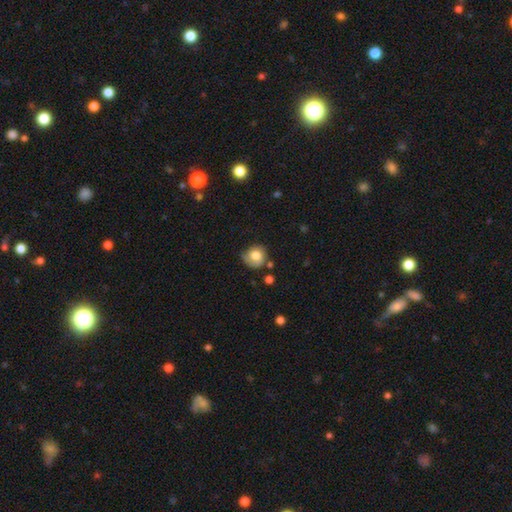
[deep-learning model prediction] smooth-or-featured: smooth: 69% | featured or disk: 23% | star or artifact: 8%
  how-rounded: round: 81% | in between: 18% | cigar-shaped: 1%
  merging: none: 57% | minor disturbance: 28% | major disturbance: 10% | merger: 4%